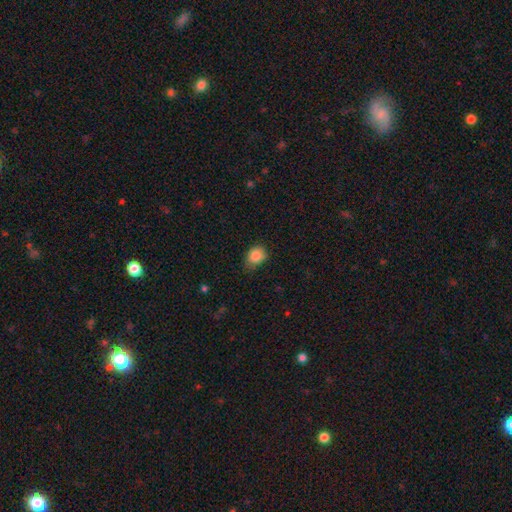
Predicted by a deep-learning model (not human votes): The model was most divided on "how rounded": round: 50%, in between: 49%, cigar-shaped: 1%. More confident: smooth or featured — smooth (85%); merging — none (63%).